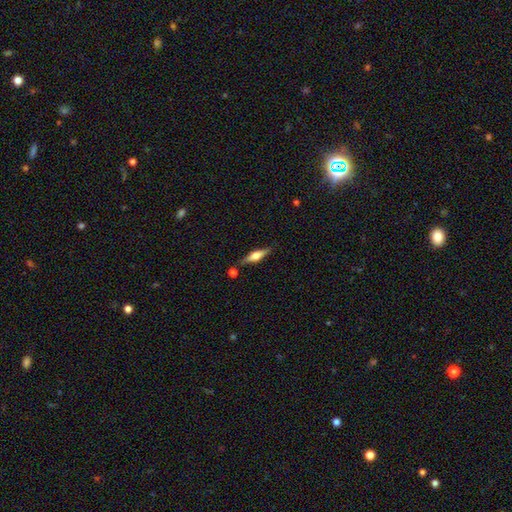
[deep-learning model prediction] smooth-or-featured: featured or disk: 59% | smooth: 34% | star or artifact: 7%
  disk-edge-on: yes: 95% | no: 5%
    edge-on-bulge: rounded: 90% | boxy: 8% | none: 2%
  merging: none: 78% | minor disturbance: 12% | merger: 7% | major disturbance: 3%